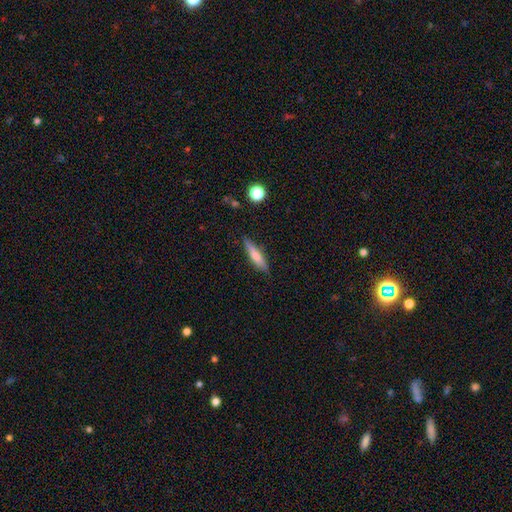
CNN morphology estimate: Smooth or featured? smooth (66%)
How rounded? cigar-shaped (81%)
Merging? none (84%)